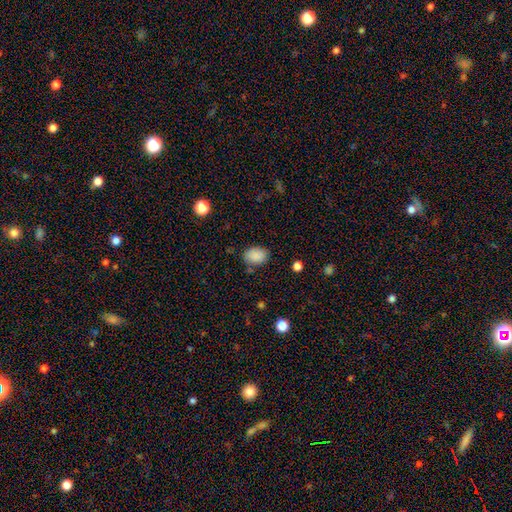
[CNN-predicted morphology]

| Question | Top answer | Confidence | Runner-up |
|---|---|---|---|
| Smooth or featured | smooth | 87% | star or artifact (8%) |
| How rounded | in between | 73% | round (26%) |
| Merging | none | 77% | minor disturbance (16%) |